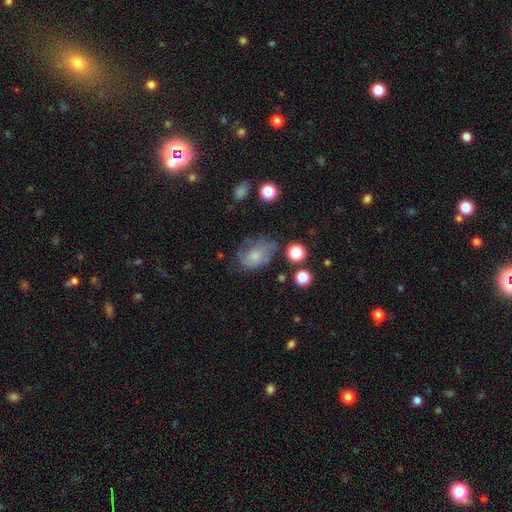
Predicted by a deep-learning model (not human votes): This is possibly a smooth galaxy (48%). Merging: possibly none (47%).